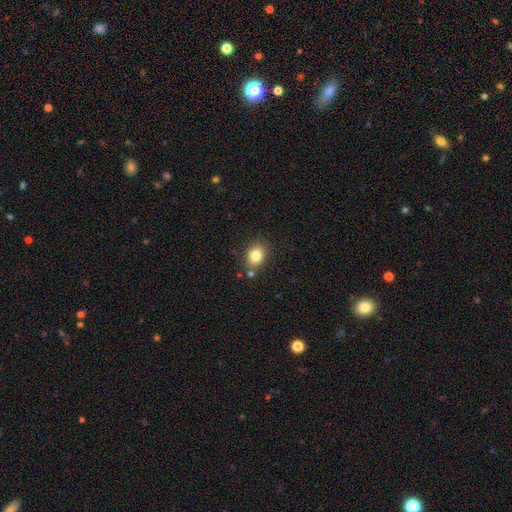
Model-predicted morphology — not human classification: The model was most divided on "how rounded": round: 54%, in between: 45%, cigar-shaped: 1%. More confident: smooth or featured — smooth (82%); merging — none (78%).